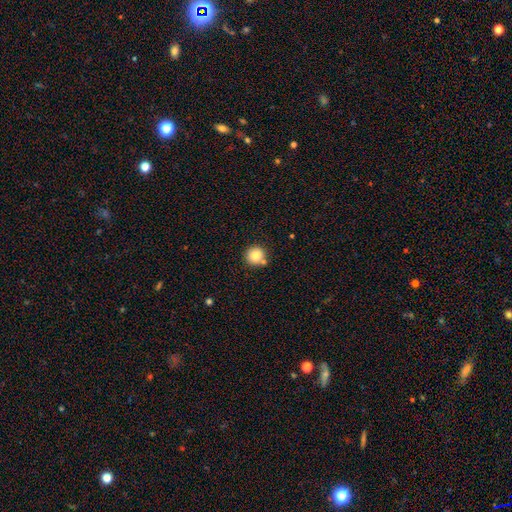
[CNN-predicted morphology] This is clearly a smooth galaxy (81%). How rounded: clearly round (94%). Merging: likely none (73%).